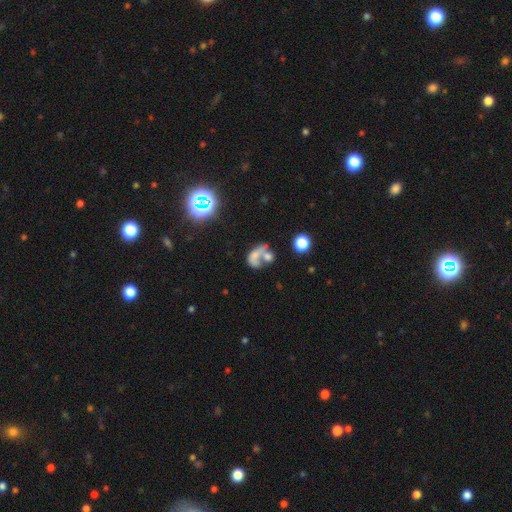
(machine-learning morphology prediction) Smooth or featured? Predicted: smooth (p=0.47). Merging? Predicted: merger (p=0.53).